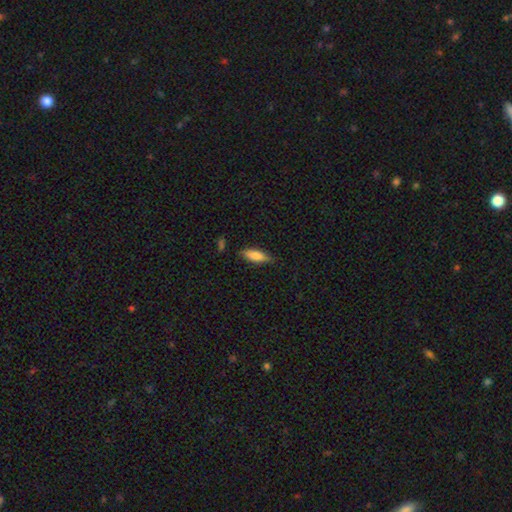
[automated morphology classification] smooth 76%, featured or disk 18%, star or artifact 6%. Down the decision tree: how rounded — in between (55%); merging — none (78%).